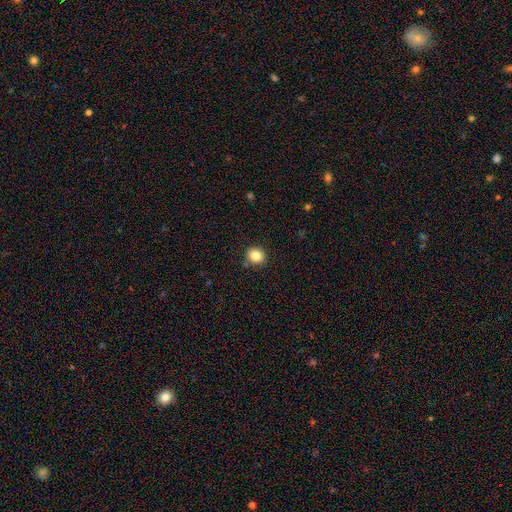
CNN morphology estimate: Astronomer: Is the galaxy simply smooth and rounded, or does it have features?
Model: smooth — 84%.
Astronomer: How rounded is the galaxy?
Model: round — 76%.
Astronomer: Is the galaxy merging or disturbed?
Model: none — 86%.